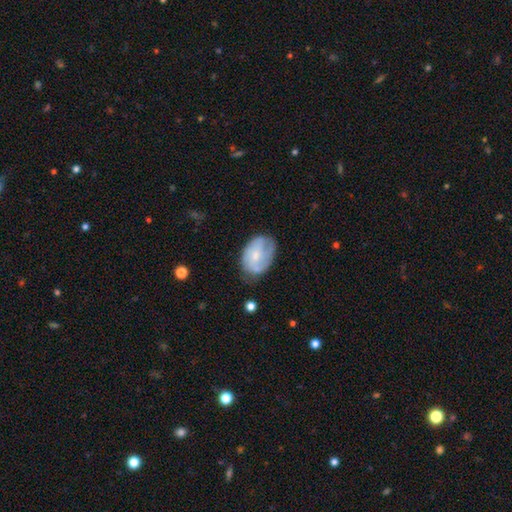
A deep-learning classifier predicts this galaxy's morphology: Q: Smooth or featured?
A: featured or disk (48%); runner-up: smooth (45%)
Q: Merging?
A: none (55%); runner-up: minor disturbance (31%)